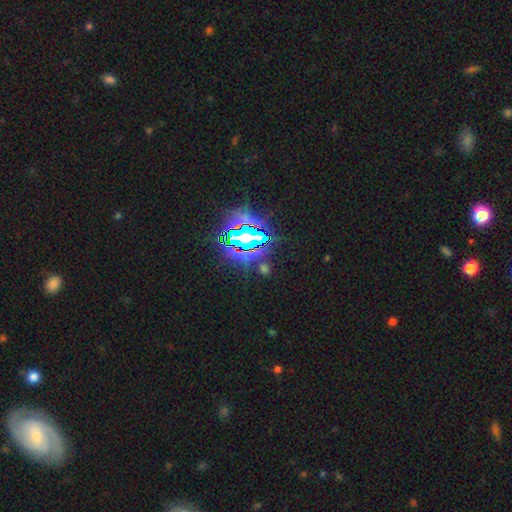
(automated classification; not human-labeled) smooth_or_featured: star or artifact (p=0.82) [alt: smooth p=0.11]